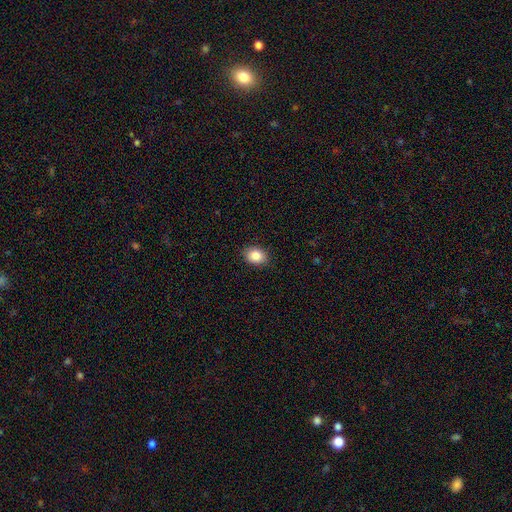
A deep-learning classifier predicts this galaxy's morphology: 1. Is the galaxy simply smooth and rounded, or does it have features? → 85% smooth, 9% star or artifact, 6% featured or disk.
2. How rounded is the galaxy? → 64% in between, 35% round, 1% cigar-shaped.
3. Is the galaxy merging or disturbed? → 89% none, 8% minor disturbance, 2% major disturbance, 1% merger.